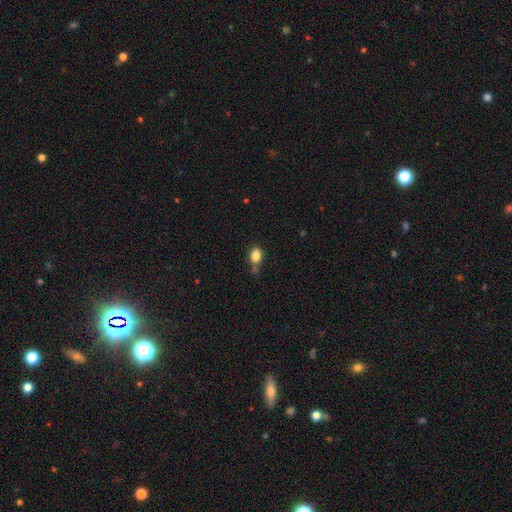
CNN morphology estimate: type=smooth (83%); roundness=in between (69%); merging=none (60%).